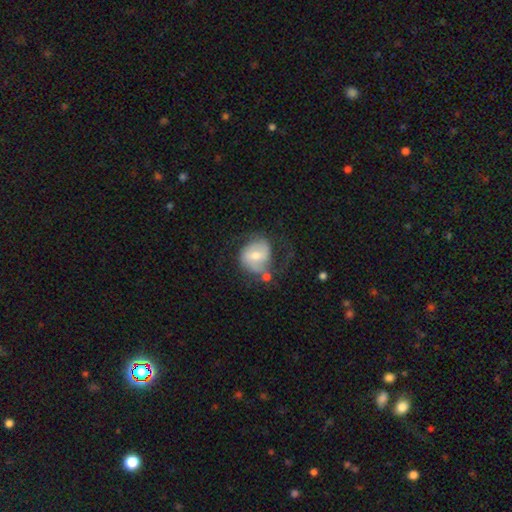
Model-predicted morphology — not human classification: Smooth or featured: featured or disk — 54% (smooth — 39%)
Edge-on disk: no — 97% (yes — 3%)
Bar: no — 44% (weak — 42%)
Spiral arms: yes — 74% (no — 26%)
Bulge size: moderate — 58% (small — 34%)
Merging: none — 40% (major disturbance — 27%)